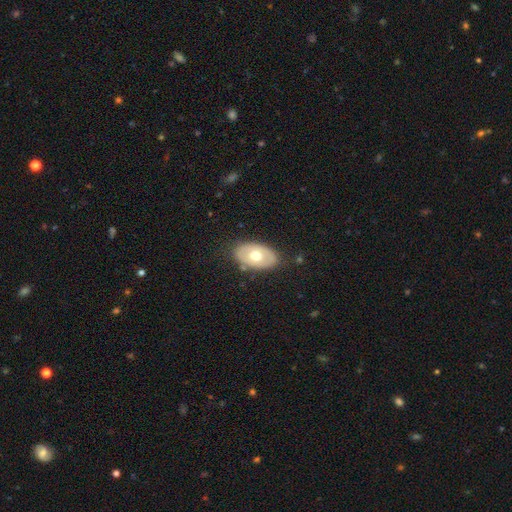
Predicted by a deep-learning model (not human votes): Q: Smooth or featured?
A: smooth (53%); runner-up: featured or disk (42%)
Q: How rounded?
A: in between (89%); runner-up: round (10%)
Q: Merging?
A: none (82%); runner-up: minor disturbance (13%)